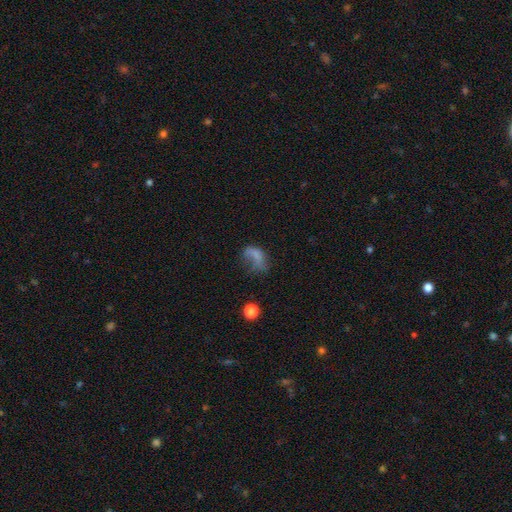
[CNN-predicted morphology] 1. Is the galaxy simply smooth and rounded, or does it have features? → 57% smooth, 27% featured or disk, 16% star or artifact.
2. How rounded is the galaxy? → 81% in between, 15% round, 4% cigar-shaped.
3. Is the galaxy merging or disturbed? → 44% major disturbance, 28% none, 22% minor disturbance, 6% merger.